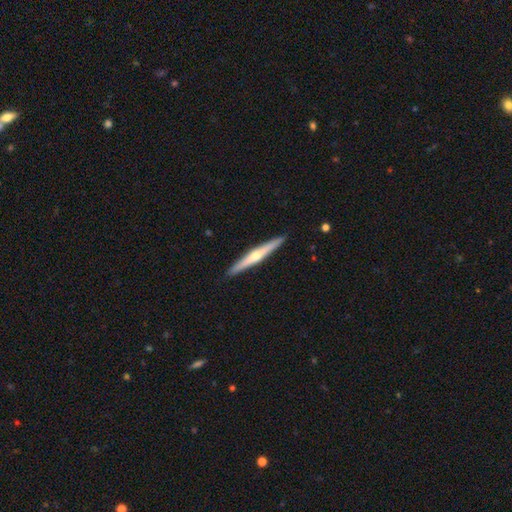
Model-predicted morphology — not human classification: Smooth or featured? featured or disk (64%)
Edge-on disk? yes (97%)
Edge-on bulge? rounded (83%)
Merging? none (92%)